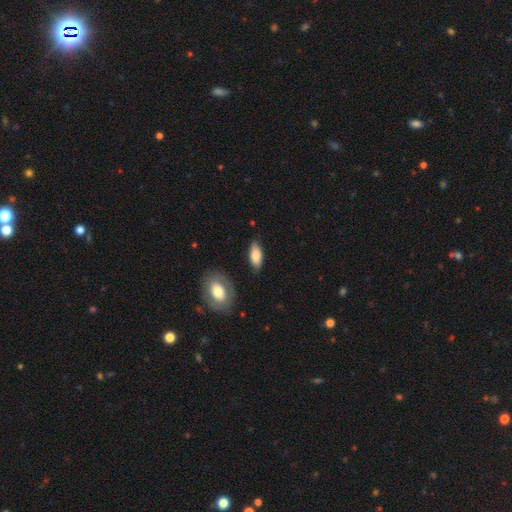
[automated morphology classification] Smooth or featured? Predicted: smooth (p=0.78). How rounded? Predicted: in between (p=0.83). Merging? Predicted: none (p=0.80).